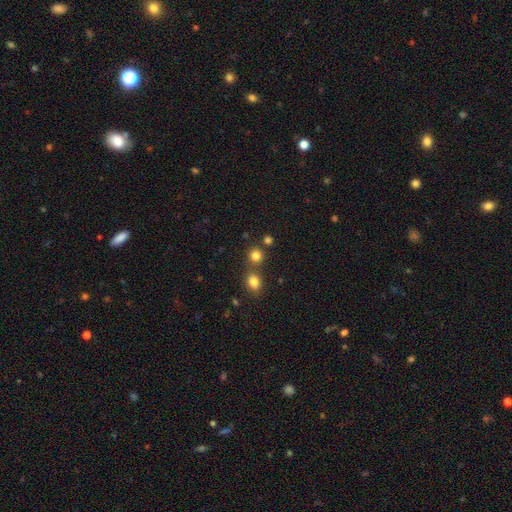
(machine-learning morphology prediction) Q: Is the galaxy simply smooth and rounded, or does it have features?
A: smooth — 80%.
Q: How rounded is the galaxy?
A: round — 84%.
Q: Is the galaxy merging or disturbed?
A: none — 66%.